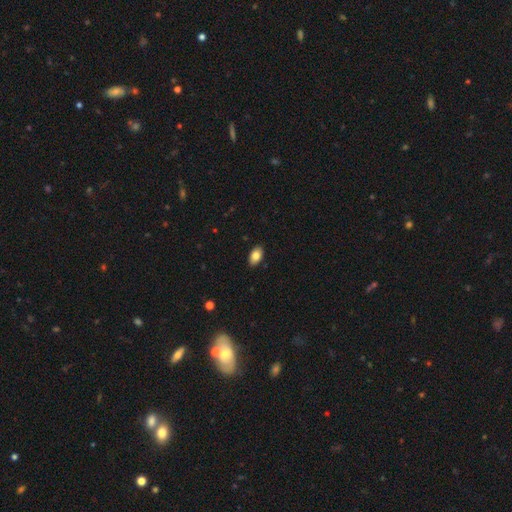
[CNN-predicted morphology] smooth_or_featured: smooth (p=0.84) [alt: featured or disk p=0.08]
how_rounded: in between (p=0.92) [alt: round p=0.06]
merging: none (p=0.89) [alt: minor disturbance p=0.08]